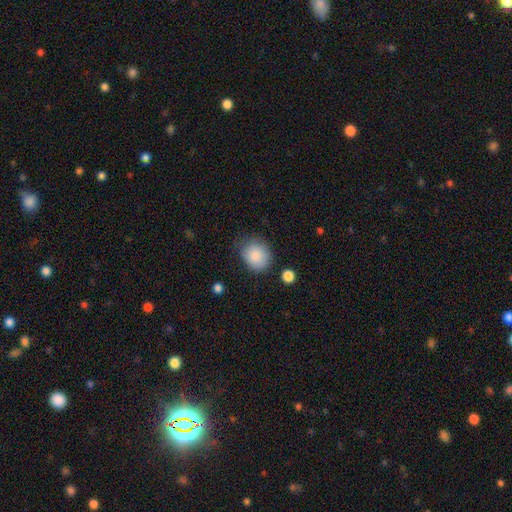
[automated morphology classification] Smooth or featured?
  - smooth: 86% *
  - star or artifact: 8%
  - featured or disk: 6%
How rounded?
  - round: 71% *
  - in between: 28%
  - cigar-shaped: 1%
Merging?
  - none: 67% *
  - minor disturbance: 24%
  - major disturbance: 6%
  - merger: 3%